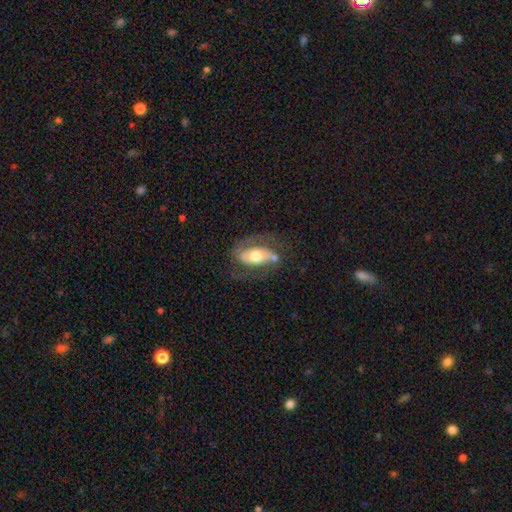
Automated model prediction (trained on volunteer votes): A featured or disk galaxy (62%) with no bar (59%), spiral arms (67%) and a moderate central bulge (67%). Merging: none (57%).